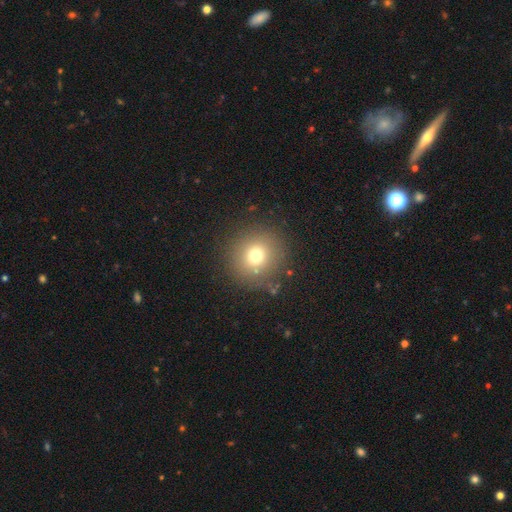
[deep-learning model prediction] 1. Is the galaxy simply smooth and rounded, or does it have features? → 72% smooth, 16% star or artifact, 12% featured or disk.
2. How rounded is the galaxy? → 92% round, 7% in between, 1% cigar-shaped.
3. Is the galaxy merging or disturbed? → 86% none, 8% minor disturbance, 4% major disturbance, 2% merger.